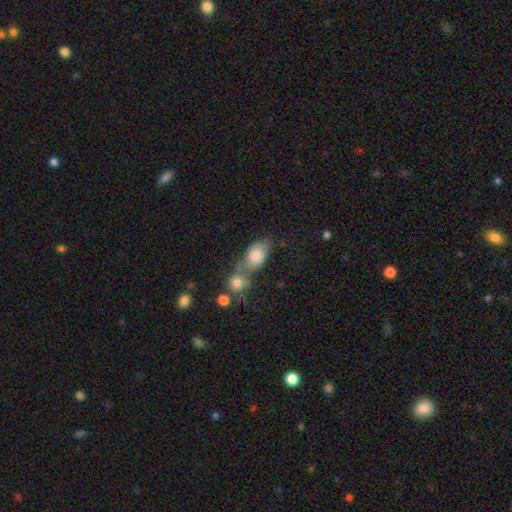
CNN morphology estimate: This is likely a smooth galaxy (77%). How rounded: likely in between (73%). Merging: possibly merger (49%).